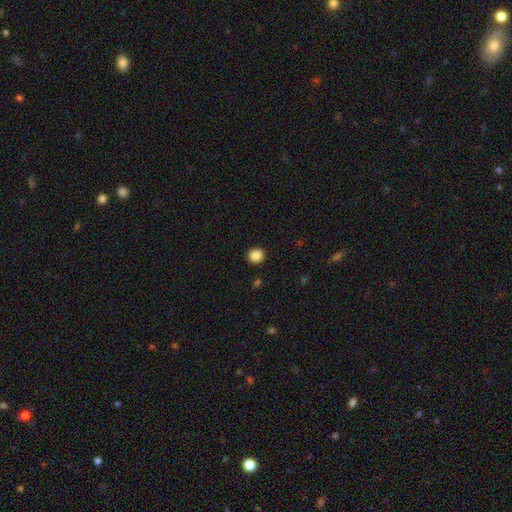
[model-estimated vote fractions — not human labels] Q: Smooth or featured?
A: smooth (87%); runner-up: star or artifact (10%)
Q: How rounded?
A: round (91%); runner-up: in between (8%)
Q: Merging?
A: none (92%); runner-up: minor disturbance (5%)